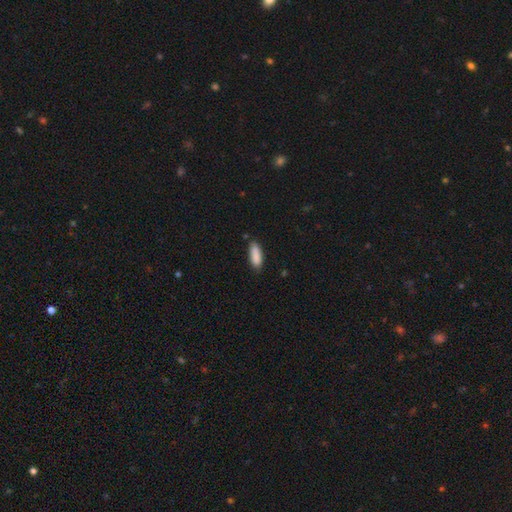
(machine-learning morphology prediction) smooth_or_featured: smooth (p=0.89) [alt: star or artifact p=0.06]
how_rounded: in between (p=0.68) [alt: cigar-shaped p=0.31]
merging: none (p=0.81) [alt: minor disturbance p=0.15]